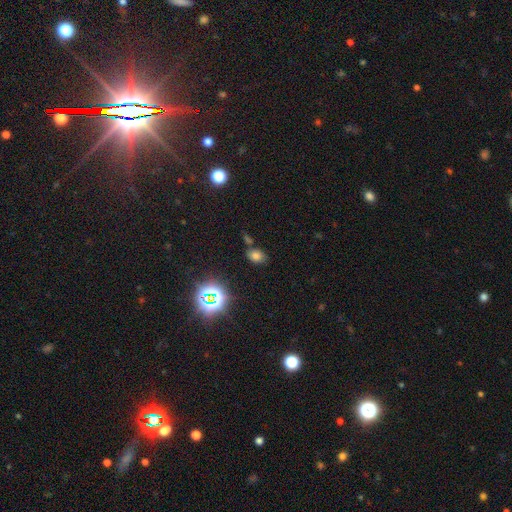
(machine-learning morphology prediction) Overall: smooth (65%; star or artifact 26%). How rounded: in between (71%). Merging: none (72%).